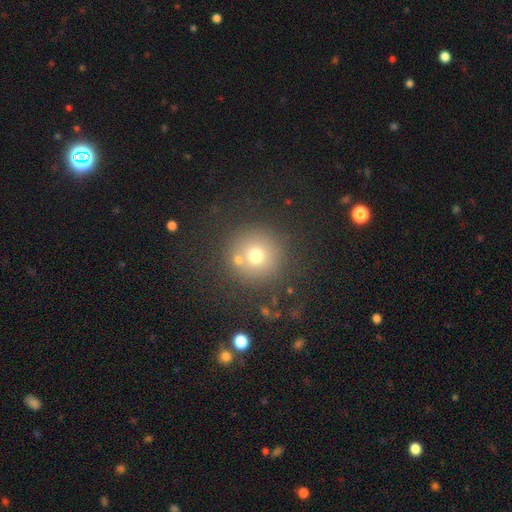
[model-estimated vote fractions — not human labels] A smooth galaxy with no disk features (69%) that is round (95%). Merging: none (74%).